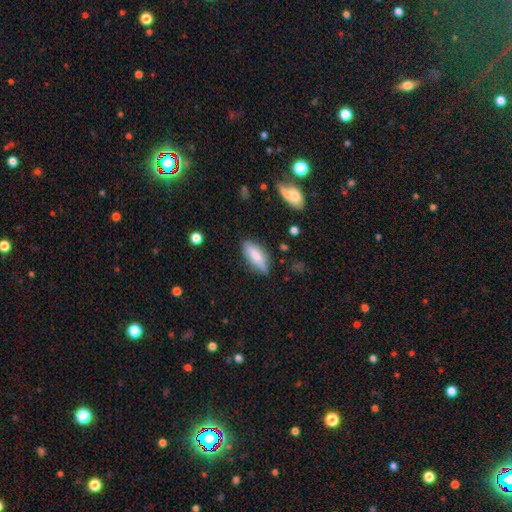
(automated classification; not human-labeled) Smooth or featured: smooth — 76% (featured or disk — 18%)
How rounded: in between — 68% (cigar-shaped — 29%)
Merging: none — 77% (minor disturbance — 17%)